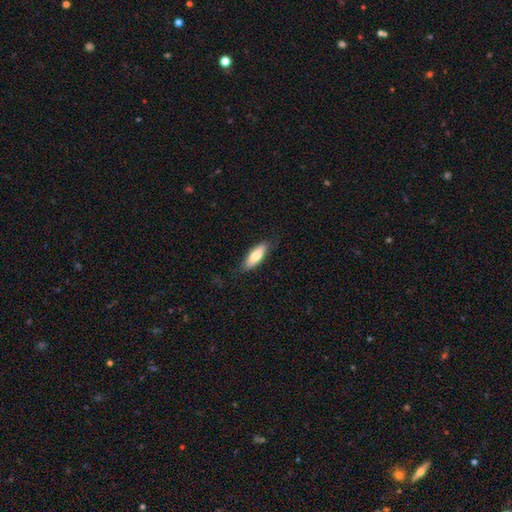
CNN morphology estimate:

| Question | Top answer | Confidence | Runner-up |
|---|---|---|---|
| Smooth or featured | smooth | 74% | featured or disk (21%) |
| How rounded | in between | 57% | cigar-shaped (41%) |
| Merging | none | 80% | minor disturbance (16%) |